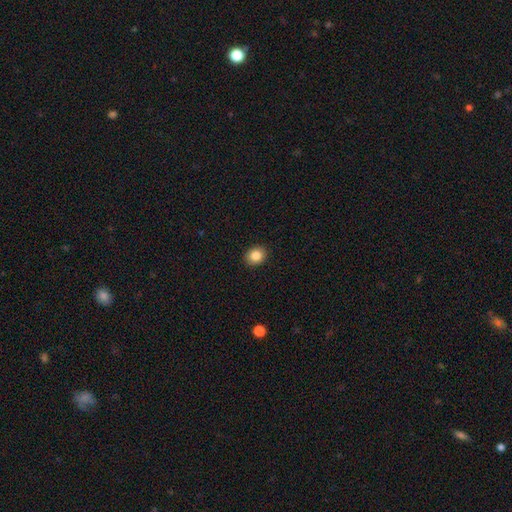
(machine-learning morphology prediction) smooth 85%, star or artifact 10%, featured or disk 6%. Down the decision tree: how rounded — round (64%); merging — none (91%).